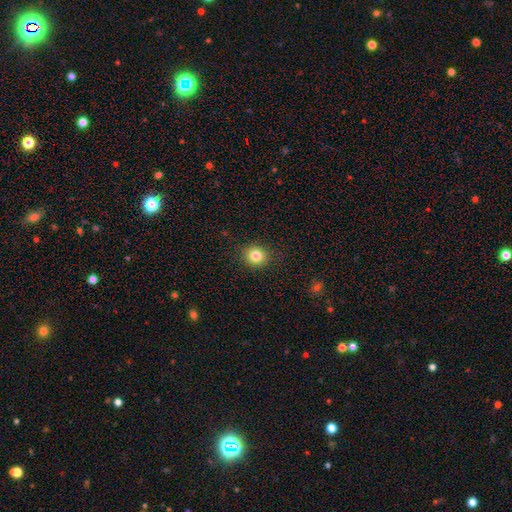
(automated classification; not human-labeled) A smooth galaxy with no disk features (82%) that is round (82%). Merging: none (89%).